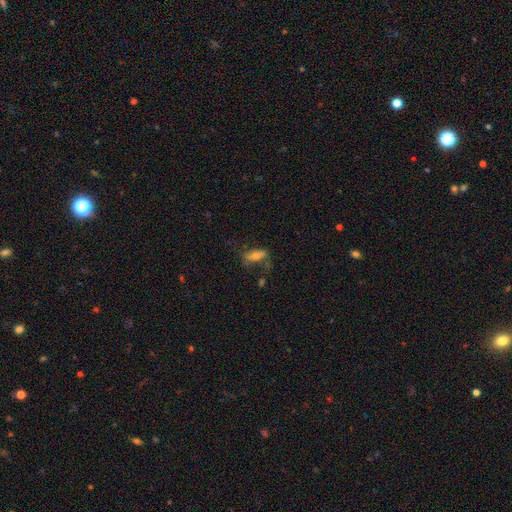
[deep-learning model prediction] Smooth or featured?
  - smooth: 57% *
  - featured or disk: 34%
  - star or artifact: 9%
How rounded?
  - in between: 71% *
  - cigar-shaped: 25%
  - round: 5%
Merging?
  - none: 55% *
  - minor disturbance: 24%
  - major disturbance: 15%
  - merger: 6%